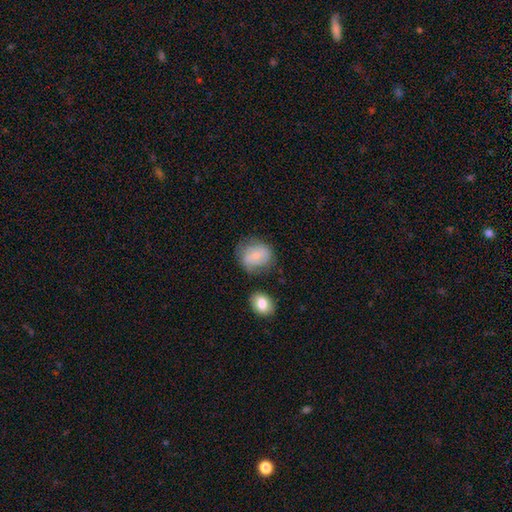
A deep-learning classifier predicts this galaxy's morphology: smooth-or-featured: smooth: 60% | featured or disk: 32% | star or artifact: 8%
  how-rounded: round: 64% | in between: 35% | cigar-shaped: 1%
  merging: none: 59% | minor disturbance: 24% | major disturbance: 10% | merger: 7%